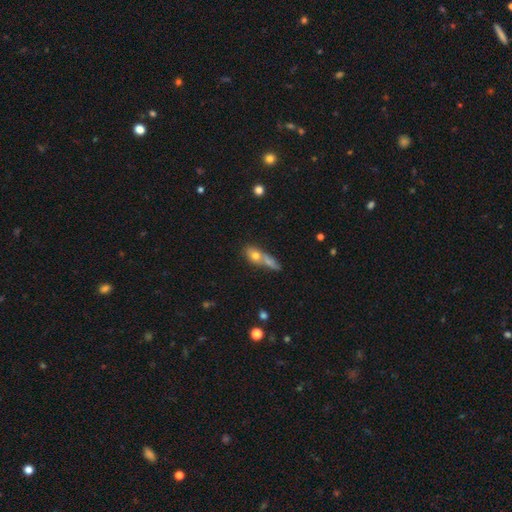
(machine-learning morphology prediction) Smooth or featured?
  - smooth: 67% *
  - featured or disk: 22%
  - star or artifact: 11%
How rounded?
  - in between: 55% *
  - round: 25%
  - cigar-shaped: 21%
Merging?
  - merger: 52% *
  - none: 30%
  - minor disturbance: 11%
  - major disturbance: 7%